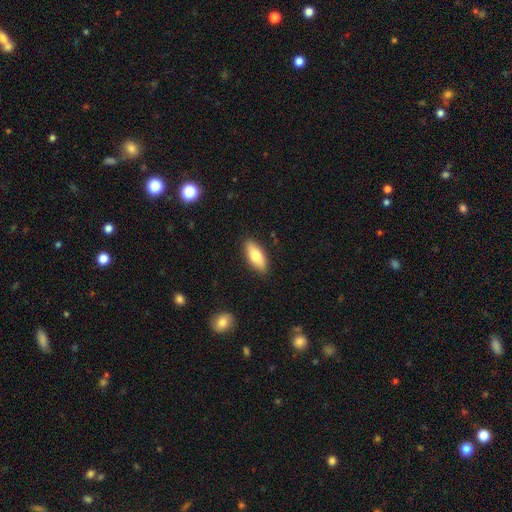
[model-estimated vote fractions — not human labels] A smooth galaxy with no disk features (75%) that is in between round and cigar-shaped (81%). Merging: none (87%).